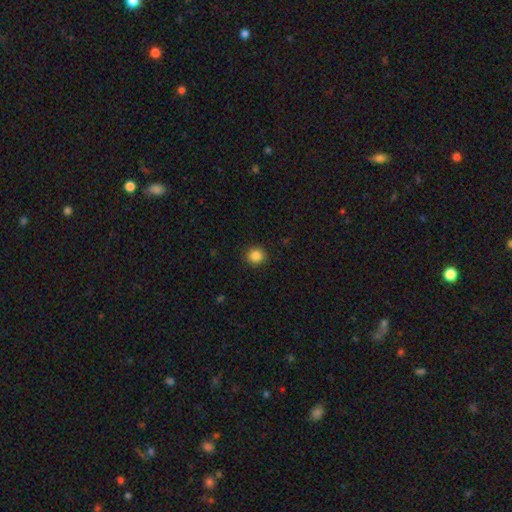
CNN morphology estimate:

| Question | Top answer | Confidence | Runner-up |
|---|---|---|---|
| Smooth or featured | smooth | 86% | star or artifact (11%) |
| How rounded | round | 90% | in between (9%) |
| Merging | none | 91% | minor disturbance (6%) |